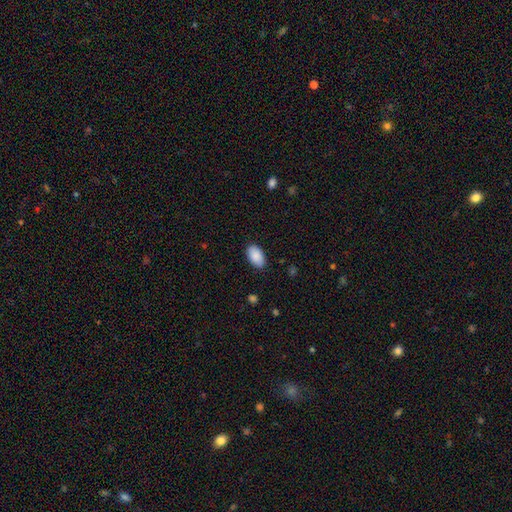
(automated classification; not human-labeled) Smooth or featured: smooth — 89% (star or artifact — 6%)
How rounded: in between — 95% (round — 4%)
Merging: none — 86% (minor disturbance — 11%)